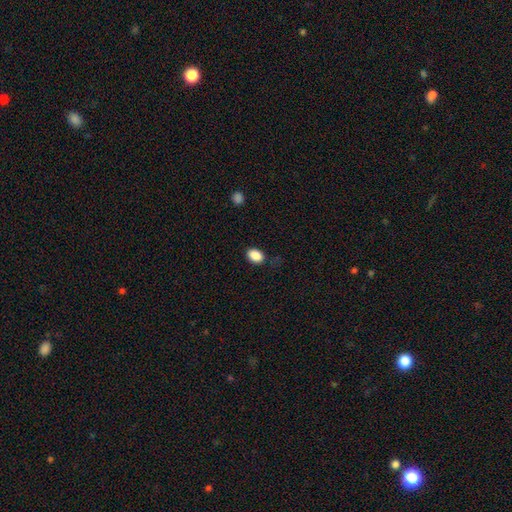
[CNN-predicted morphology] Smooth or featured? smooth (88%)
How rounded? in between (80%)
Merging? none (76%)